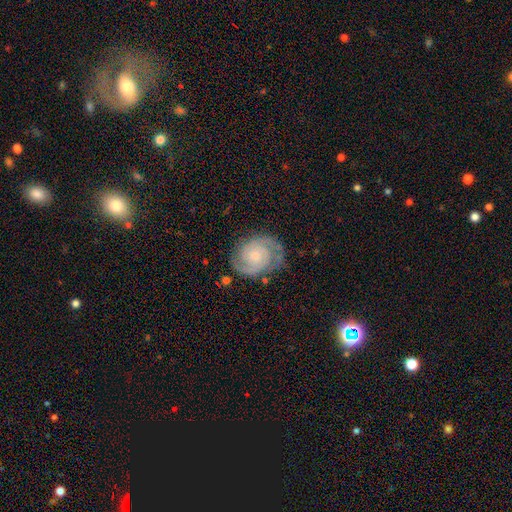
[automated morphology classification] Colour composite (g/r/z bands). It shows a featured or disk galaxy (89%) with no bar (71%), 2 (83%) tight (64%) spiral arms (98%) and a small central bulge (68%). Merging: none (77%).